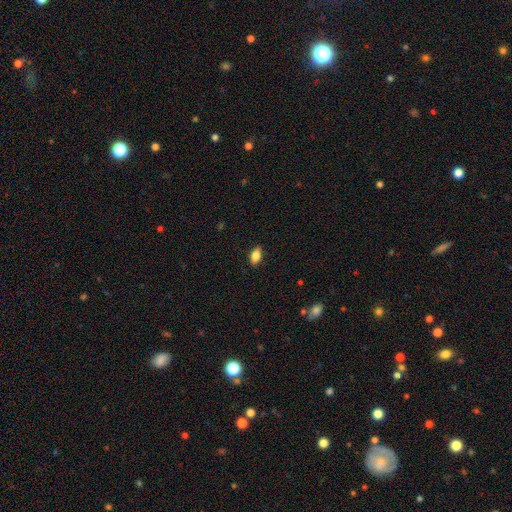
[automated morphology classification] Smooth or featured?
  - smooth: 82% *
  - featured or disk: 10%
  - star or artifact: 8%
How rounded?
  - in between: 88% *
  - round: 6%
  - cigar-shaped: 6%
Merging?
  - none: 87% *
  - minor disturbance: 10%
  - major disturbance: 2%
  - merger: 1%